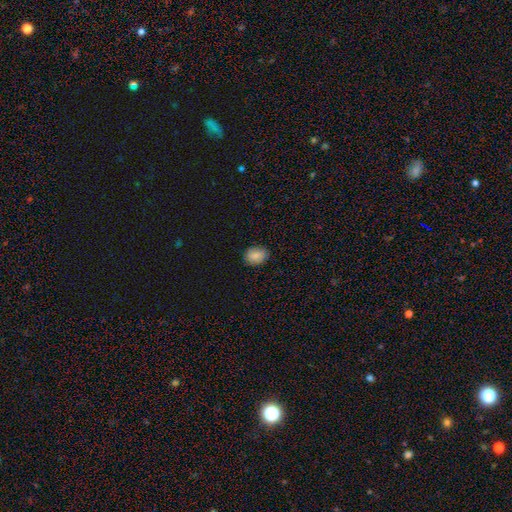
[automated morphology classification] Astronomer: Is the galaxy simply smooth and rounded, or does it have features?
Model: smooth — 84%.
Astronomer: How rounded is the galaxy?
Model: in between — 59% (runner-up: round, 40%).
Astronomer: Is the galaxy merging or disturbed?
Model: none — 84%.